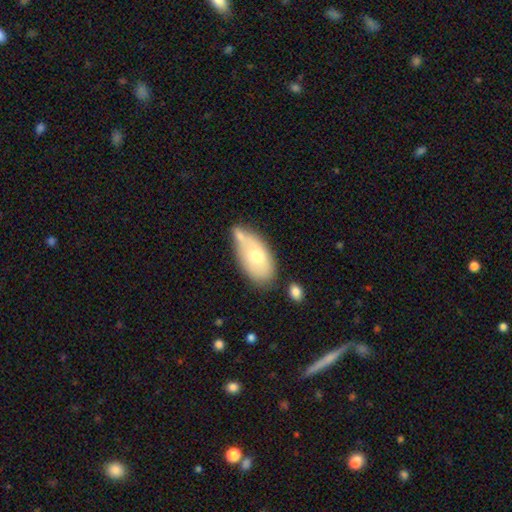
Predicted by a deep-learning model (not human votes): A smooth galaxy with no disk features (63%) that is in between round and cigar-shaped (92%).

Vote fractions:
- Smooth or featured? smooth: 63% / featured or disk: 30% / star or artifact: 7%
- How rounded? in between: 92% / round: 5% / cigar-shaped: 4%
- Merging? none: 44% / minor disturbance: 25% / merger: 24% / major disturbance: 8%